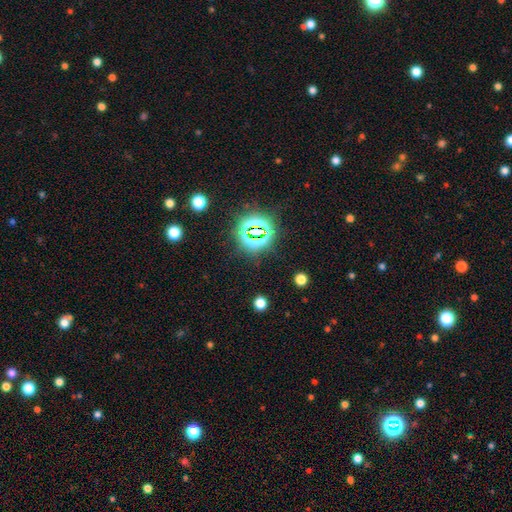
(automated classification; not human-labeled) smooth_or_featured: star or artifact (p=0.81) [alt: smooth p=0.12]